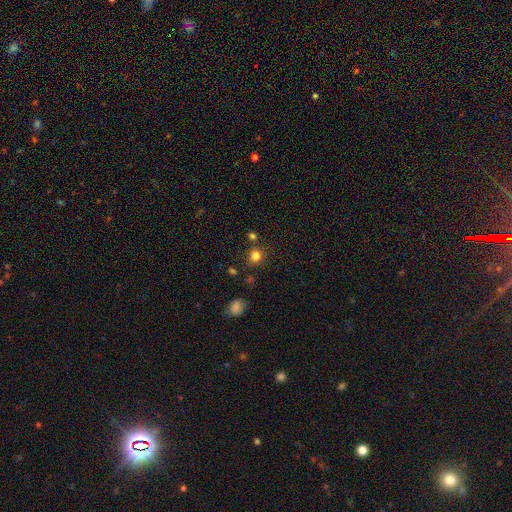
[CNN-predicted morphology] This is clearly a smooth galaxy (81%). How rounded: clearly round (82%). Merging: likely none (76%).